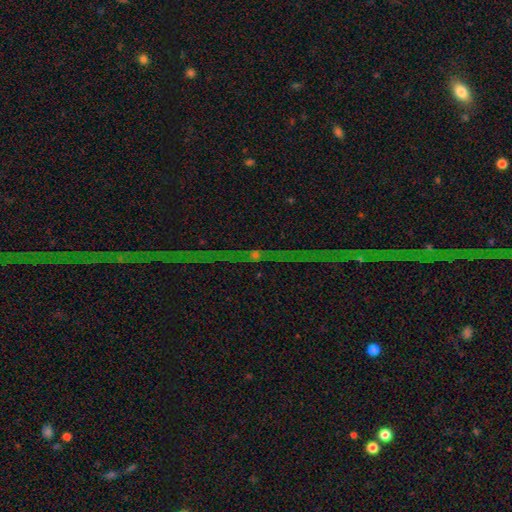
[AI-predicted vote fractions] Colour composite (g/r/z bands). It shows a star or artifact, not a galaxy (76%).